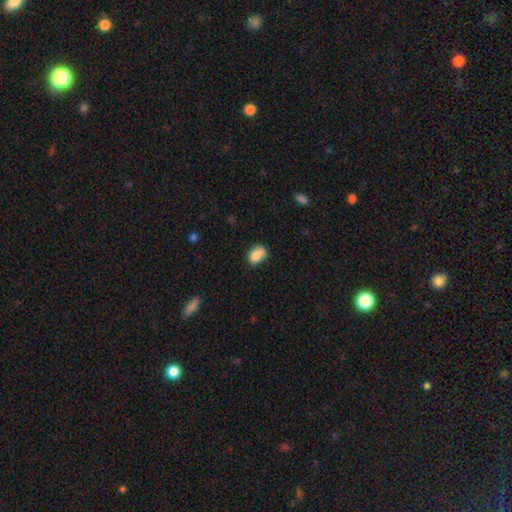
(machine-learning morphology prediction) smooth 79%, featured or disk 12%, star or artifact 9%. Down the decision tree: how rounded — in between (62%); merging — none (46%).